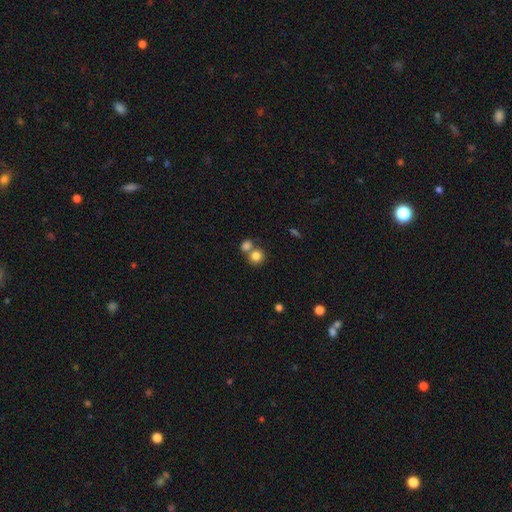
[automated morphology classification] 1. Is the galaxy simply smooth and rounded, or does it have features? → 81% smooth, 11% star or artifact, 8% featured or disk.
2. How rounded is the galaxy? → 82% round, 17% in between, 1% cigar-shaped.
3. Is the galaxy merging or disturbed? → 48% none, 41% merger, 8% minor disturbance, 3% major disturbance.